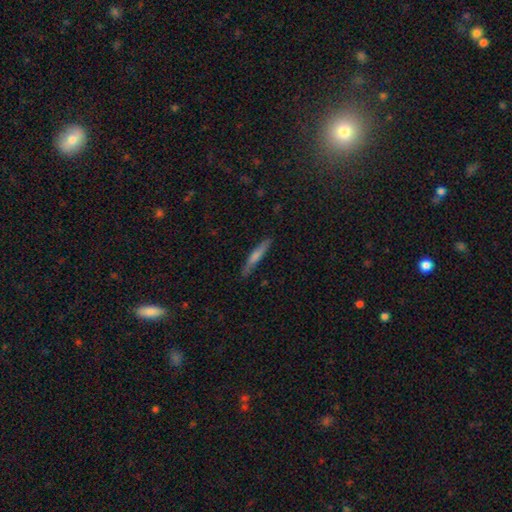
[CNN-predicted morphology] type=smooth (53%); roundness=cigar-shaped (94%); merging=none (86%).